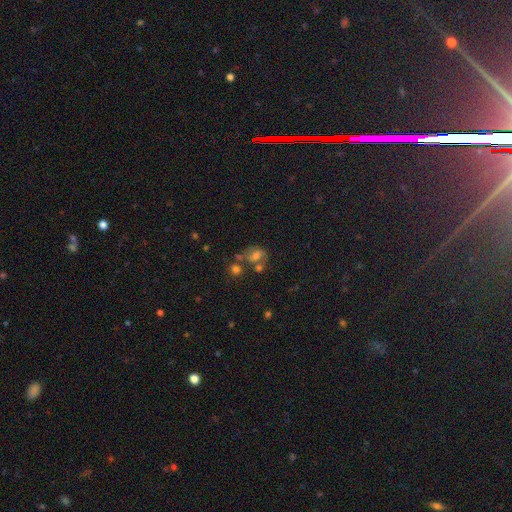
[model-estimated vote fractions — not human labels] Smooth or featured? Predicted: smooth (p=0.53). How rounded? Predicted: in between (p=0.59). Merging? Predicted: none (p=0.41).